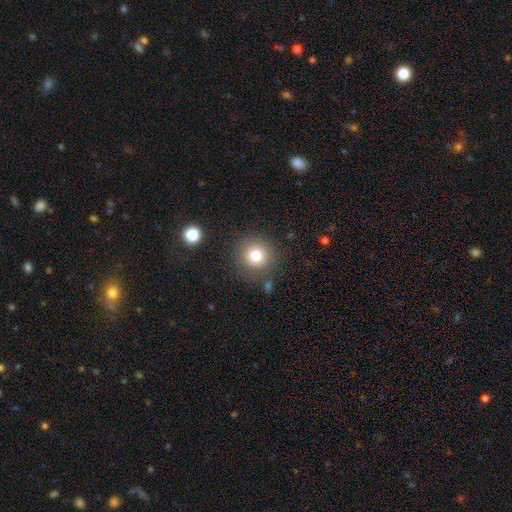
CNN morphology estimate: type=smooth (78%); roundness=round (93%); merging=none (84%).